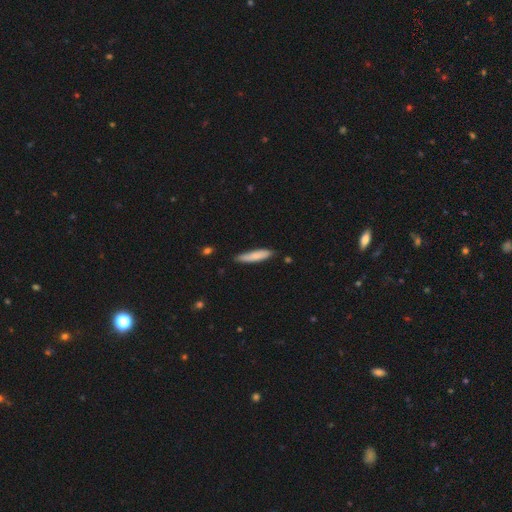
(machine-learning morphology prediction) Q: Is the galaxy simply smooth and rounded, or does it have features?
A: smooth — 80%.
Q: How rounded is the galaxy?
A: cigar-shaped — 83%.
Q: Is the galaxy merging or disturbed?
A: none — 79%.